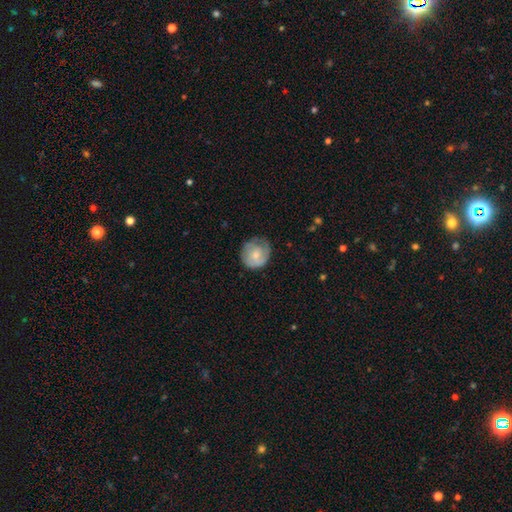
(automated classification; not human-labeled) Q: Smooth or featured?
A: smooth (63%); runner-up: featured or disk (31%)
Q: How rounded?
A: round (87%); runner-up: in between (12%)
Q: Merging?
A: none (64%); runner-up: minor disturbance (26%)